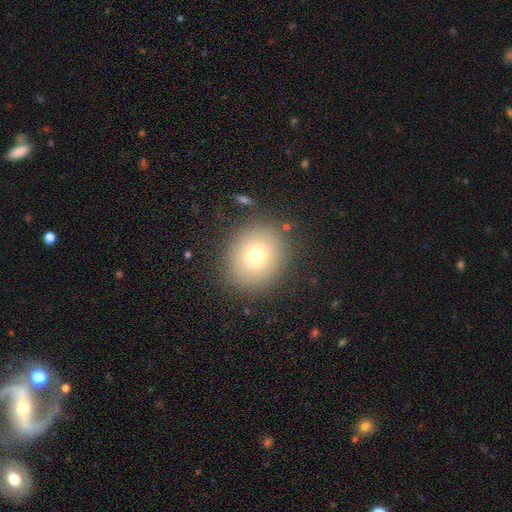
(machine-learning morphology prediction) type=smooth (74%); roundness=round (73%); merging=none (85%).